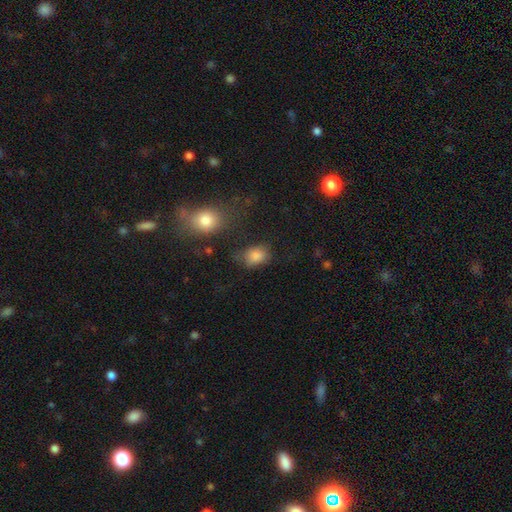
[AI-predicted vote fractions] This is clearly a smooth galaxy (83%). How rounded: likely in between (68%). Merging: possibly none (55%).